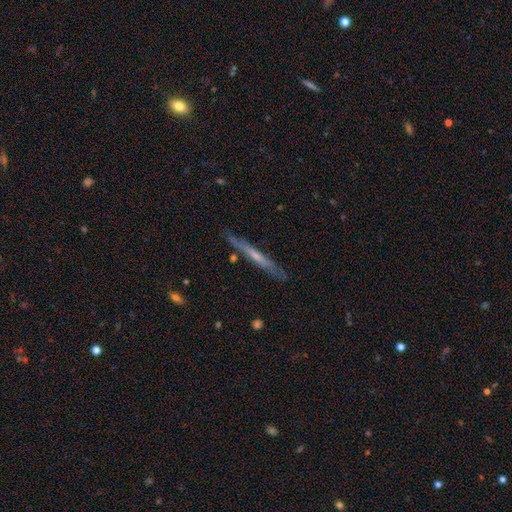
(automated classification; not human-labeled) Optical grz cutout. It shows a featured or disk galaxy (59%) viewed edge-on (93%) with no central bulge (64%). Merging: none (83%).